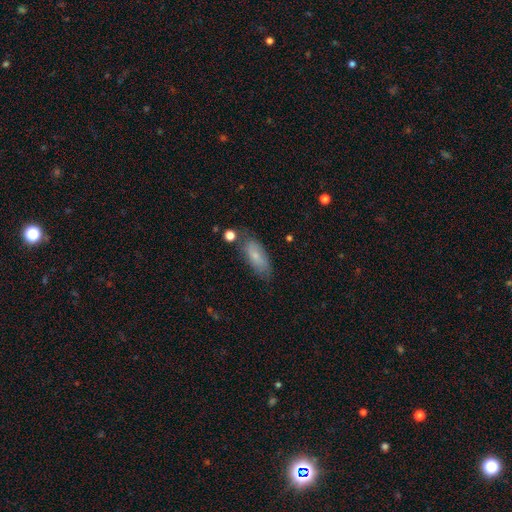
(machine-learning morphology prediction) Smooth or featured: smooth — 74% (featured or disk — 19%)
How rounded: in between — 76% (cigar-shaped — 21%)
Merging: none — 68% (minor disturbance — 21%)